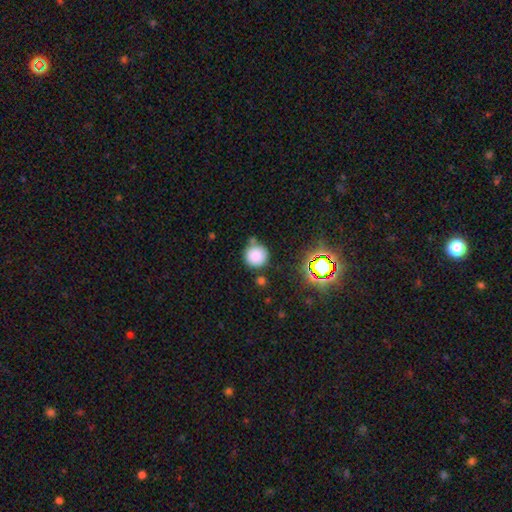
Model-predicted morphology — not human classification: type=smooth (82%); roundness=round (95%); merging=none (73%).